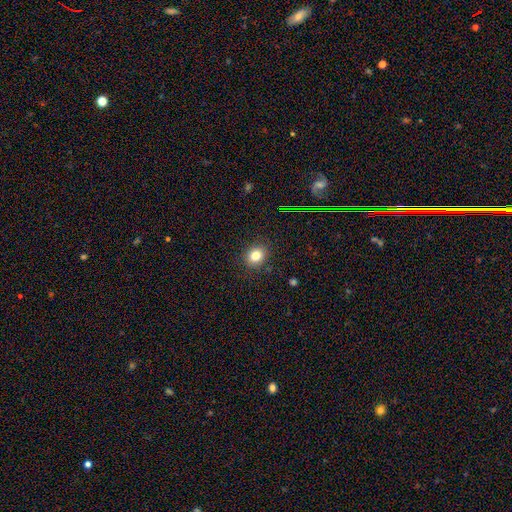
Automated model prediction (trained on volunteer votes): Smooth or featured? Predicted: smooth (p=0.81). How rounded? Predicted: round (p=0.72). Merging? Predicted: none (p=0.89).